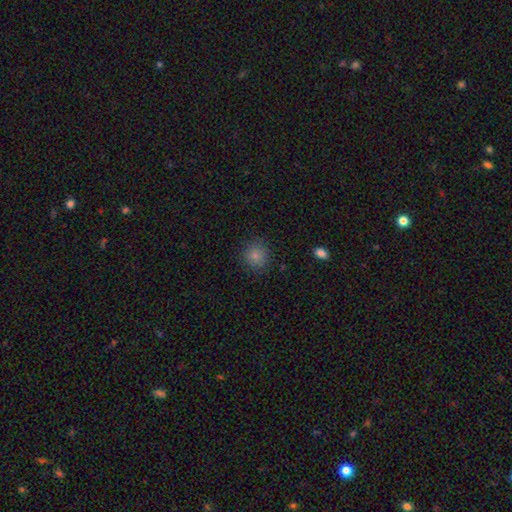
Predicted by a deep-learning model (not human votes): Overall: smooth (83%). How rounded: round (88%). Merging: none (84%).